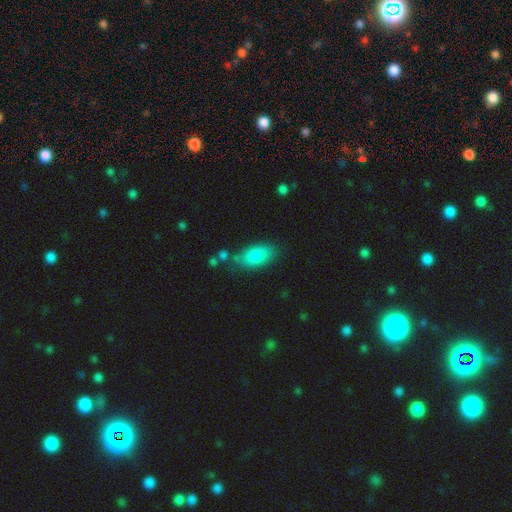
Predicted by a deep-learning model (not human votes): This appears to be a smooth galaxy with no disk features (83%) that is in between round and cigar-shaped (91%). Merging: none (69%).